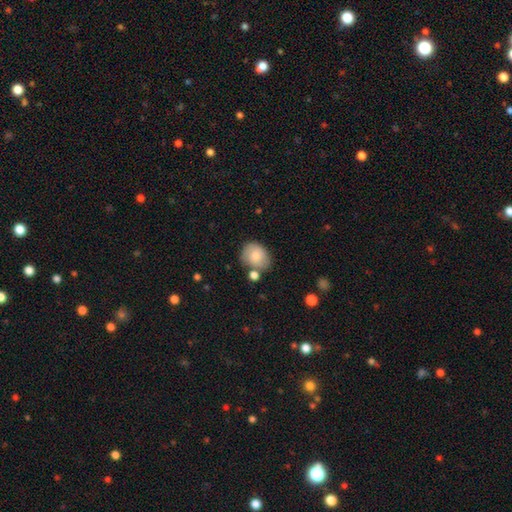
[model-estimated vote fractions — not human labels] Q: Smooth or featured?
A: smooth (78%); runner-up: featured or disk (15%)
Q: How rounded?
A: round (51%); runner-up: in between (48%)
Q: Merging?
A: none (61%); runner-up: minor disturbance (21%)